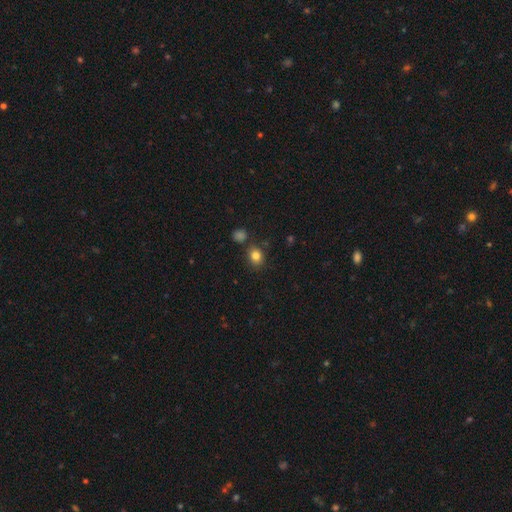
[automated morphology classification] Smooth or featured? Predicted: smooth (p=0.82). How rounded? Predicted: round (p=0.62). Merging? Predicted: none (p=0.80).